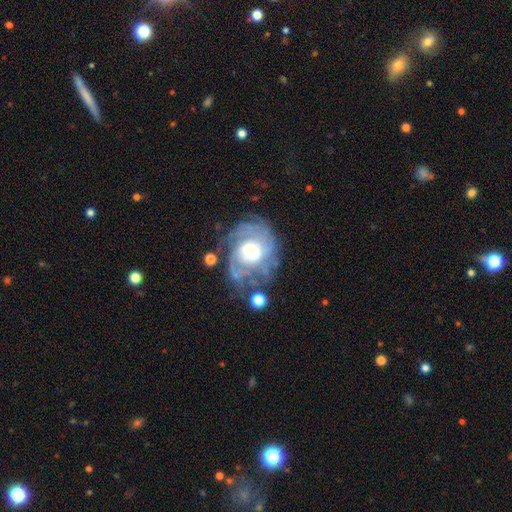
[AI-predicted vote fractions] smooth-or-featured: featured or disk: 80% | smooth: 13% | star or artifact: 7%
  disk-edge-on: no: 97% | yes: 3%
    bar: no: 72% | weak: 23% | strong: 5%
    has-spiral-arms: yes: 88% | no: 12%
      spiral-winding: tight: 55% | medium: 32% | loose: 12%
      spiral-arm-count: can't tell: 43% | 2: 20% | 3: 15% | 4: 9% | more than 4: 6% | 1: 6%
    bulge-size: moderate: 51% | small: 27% | large: 19% | dominant: 2% | none: 2%
  merging: none: 56% | minor disturbance: 21% | major disturbance: 18% | merger: 5%